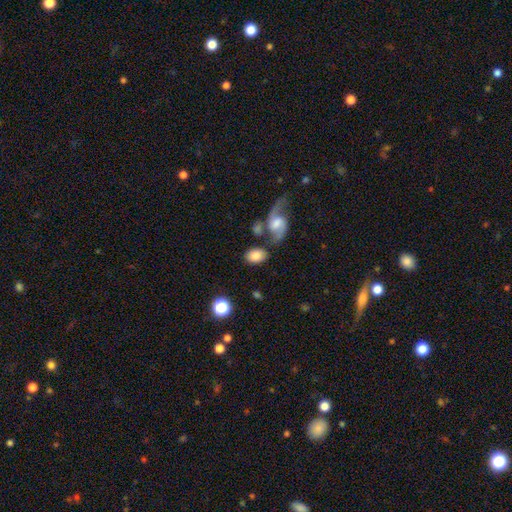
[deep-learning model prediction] Smooth or featured?
  - smooth: 78% *
  - featured or disk: 15%
  - star or artifact: 7%
How rounded?
  - in between: 82% *
  - round: 16%
  - cigar-shaped: 1%
Merging?
  - none: 63% *
  - merger: 17%
  - minor disturbance: 14%
  - major disturbance: 6%